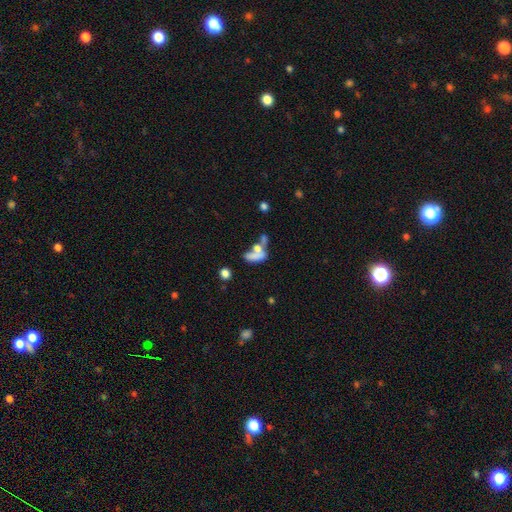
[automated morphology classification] The model was most divided on "merging": merger: 48%, none: 24%, major disturbance: 16%, minor disturbance: 13%. More confident: how rounded — in between (70%); smooth or featured — smooth (62%).